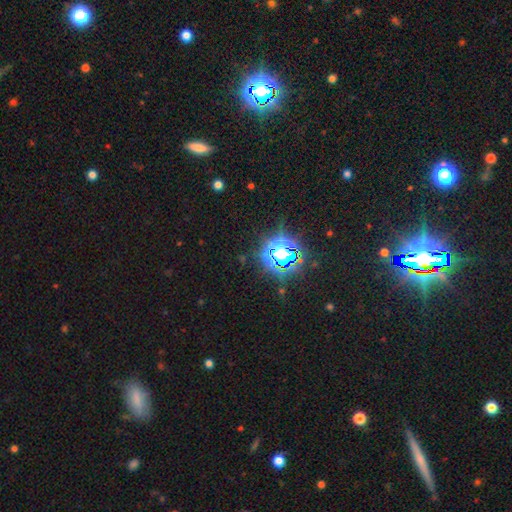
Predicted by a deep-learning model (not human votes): Smooth or featured? star or artifact (81%)